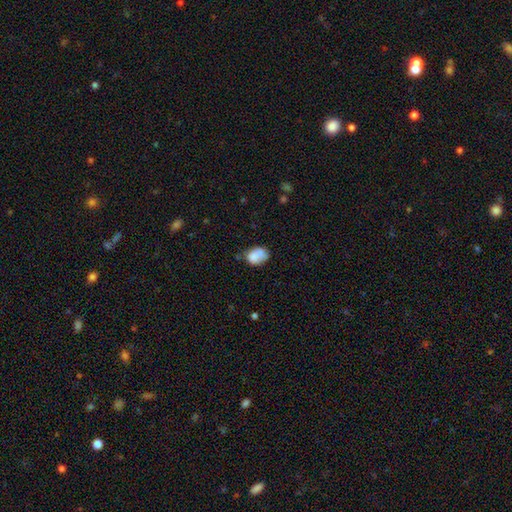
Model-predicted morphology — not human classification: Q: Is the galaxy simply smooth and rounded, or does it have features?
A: smooth — 76%.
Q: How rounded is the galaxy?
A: in between — 67%.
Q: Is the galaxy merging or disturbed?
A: none — 41%.